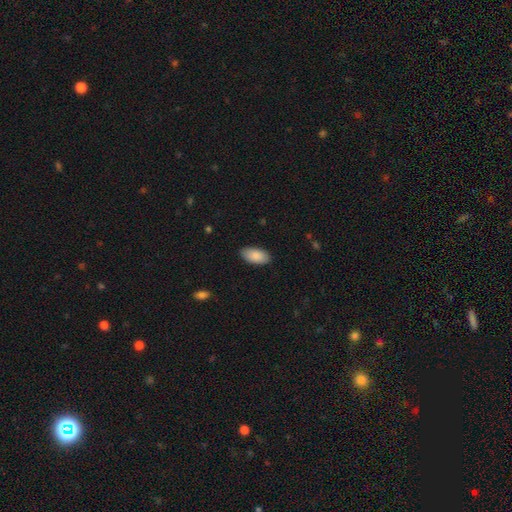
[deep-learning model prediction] Morphology: type=smooth (88%); roundness=in between (95%); merging=none (88%).